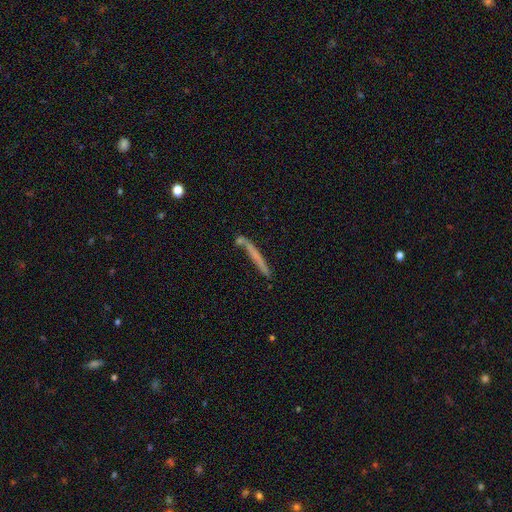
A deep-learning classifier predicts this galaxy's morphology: Smooth or featured?
  - smooth: 55% *
  - featured or disk: 38%
  - star or artifact: 8%
How rounded?
  - cigar-shaped: 96% *
  - in between: 2%
  - round: 2%
Merging?
  - none: 75% *
  - minor disturbance: 13%
  - merger: 9%
  - major disturbance: 4%